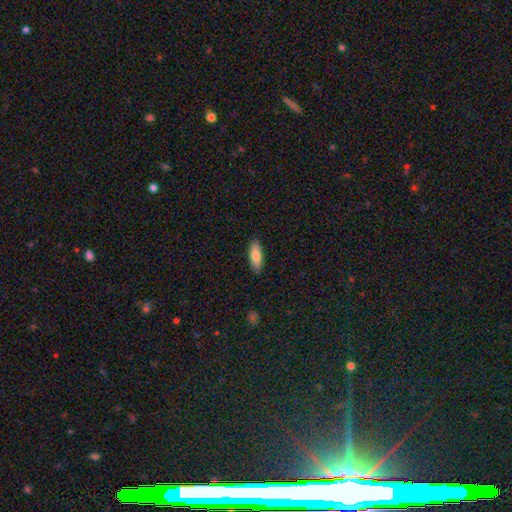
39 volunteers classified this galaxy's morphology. Smooth or featured?
  - smooth: 85% *
  - featured or disk: 10%
  - star or artifact: 5%
How rounded?
  - cigar-shaped: 52% *
  - in between: 48%
  - round: 0%
Merging?
  - none: 92% *
  - minor disturbance: 5%
  - major disturbance: 3%
  - merger: 0%